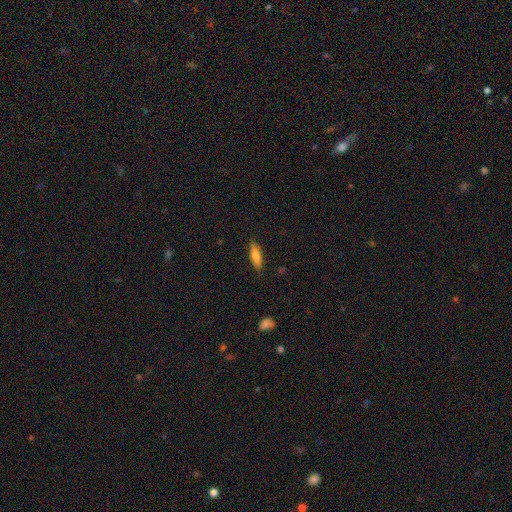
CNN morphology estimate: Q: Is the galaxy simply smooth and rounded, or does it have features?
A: smooth — 68%.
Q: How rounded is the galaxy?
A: cigar-shaped — 60%.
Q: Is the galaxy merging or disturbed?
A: none — 86%.